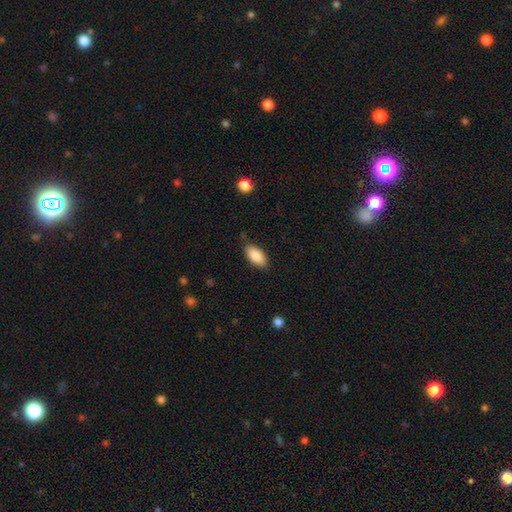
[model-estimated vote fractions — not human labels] smooth-or-featured: smooth: 88% | star or artifact: 6% | featured or disk: 5%
  how-rounded: in between: 92% | cigar-shaped: 6% | round: 2%
  merging: none: 83% | minor disturbance: 13% | major disturbance: 3% | merger: 2%